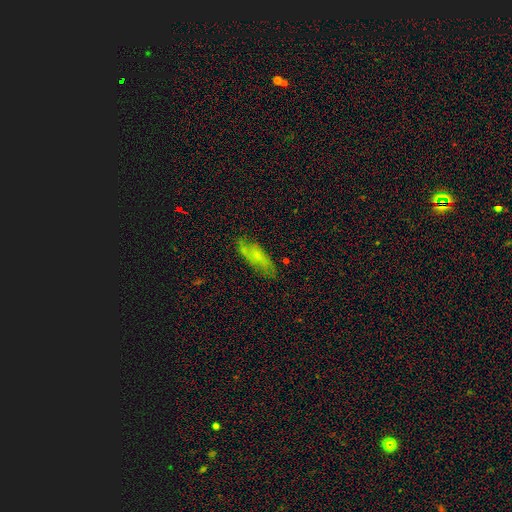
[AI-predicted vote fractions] A smooth galaxy with no disk features (52%) that is in between round and cigar-shaped (61%).

Vote fractions:
- Smooth or featured? smooth: 52% / featured or disk: 38% / star or artifact: 10%
- How rounded? in between: 61% / cigar-shaped: 36% / round: 3%
- Merging? none: 67% / minor disturbance: 23% / major disturbance: 8% / merger: 2%